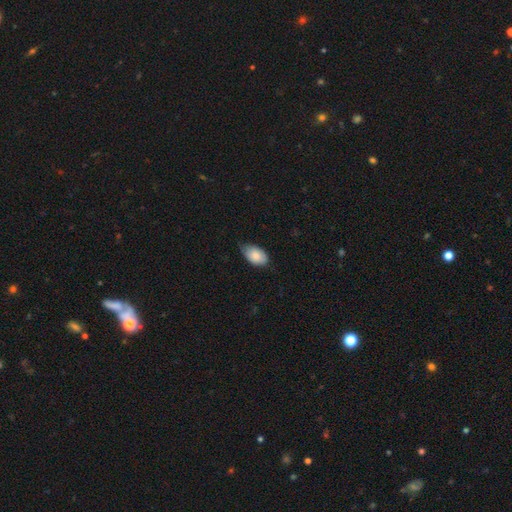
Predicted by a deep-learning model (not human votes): Smooth or featured?
  - smooth: 84% *
  - featured or disk: 10%
  - star or artifact: 6%
How rounded?
  - in between: 92% *
  - round: 7%
  - cigar-shaped: 1%
Merging?
  - none: 57% *
  - minor disturbance: 37%
  - major disturbance: 5%
  - merger: 1%